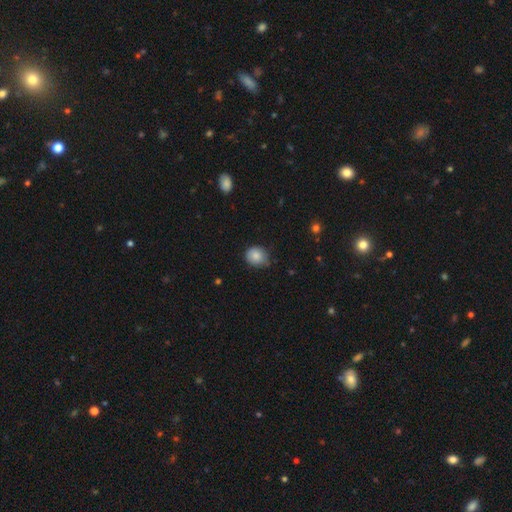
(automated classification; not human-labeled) Smooth or featured: smooth — 84% (star or artifact — 9%)
How rounded: round — 74% (in between — 25%)
Merging: none — 66% (minor disturbance — 29%)